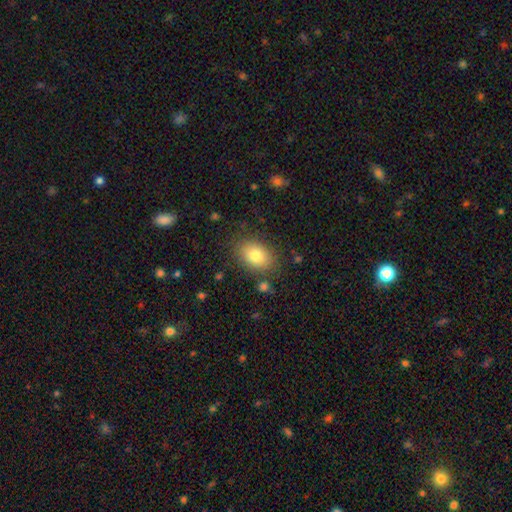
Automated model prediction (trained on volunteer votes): smooth_or_featured: smooth (p=0.80) [alt: featured or disk p=0.12]
how_rounded: in between (p=0.83) [alt: round p=0.16]
merging: none (p=0.82) [alt: minor disturbance p=0.12]